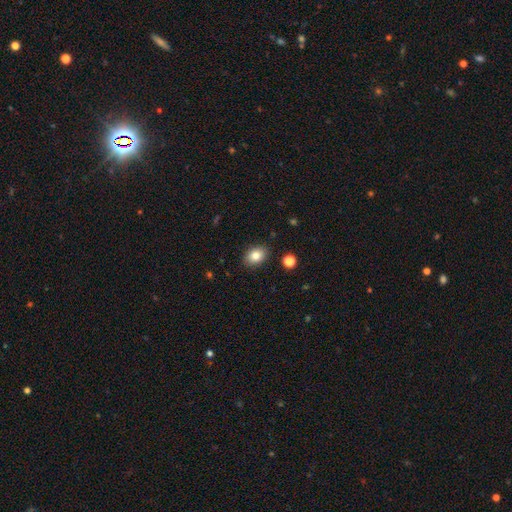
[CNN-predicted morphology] smooth-or-featured: smooth: 82% | star or artifact: 9% | featured or disk: 9%
  how-rounded: in between: 72% | round: 27% | cigar-shaped: 1%
  merging: none: 88% | minor disturbance: 9% | major disturbance: 2% | merger: 2%